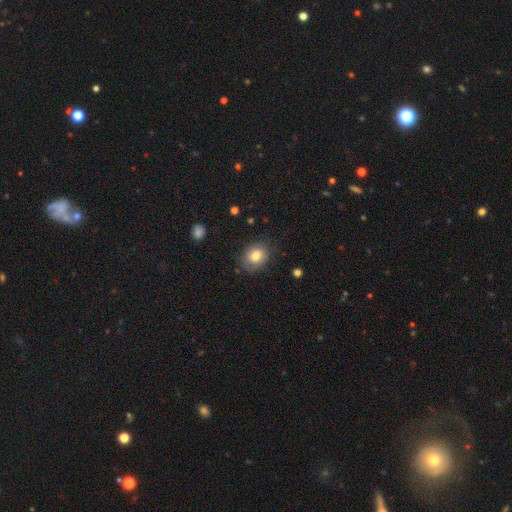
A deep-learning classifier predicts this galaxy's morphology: smooth_or_featured: smooth (p=0.80) [alt: featured or disk p=0.12]
how_rounded: round (p=0.52) [alt: in between p=0.47]
merging: none (p=0.78) [alt: minor disturbance p=0.17]